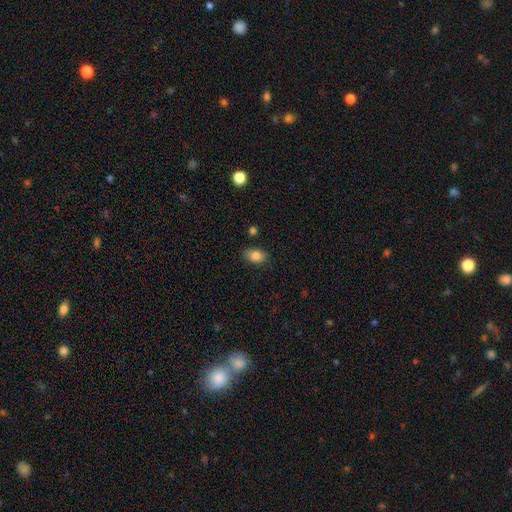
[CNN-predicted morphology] Q: Smooth or featured?
A: smooth (83%); runner-up: star or artifact (8%)
Q: How rounded?
A: in between (84%); runner-up: round (14%)
Q: Merging?
A: none (82%); runner-up: minor disturbance (13%)